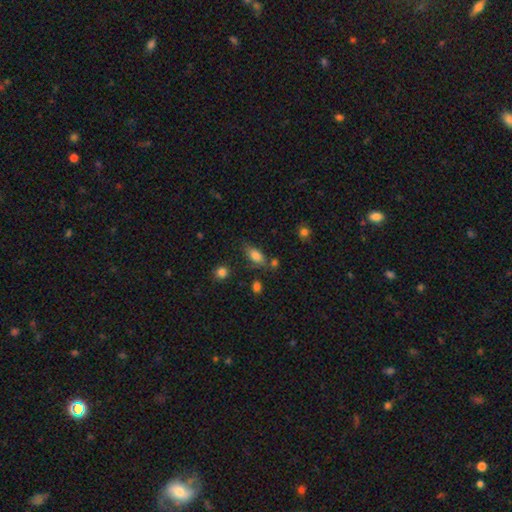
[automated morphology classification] smooth 80%, featured or disk 11%, star or artifact 9%. Down the decision tree: how rounded — in between (85%); merging — none (66%).